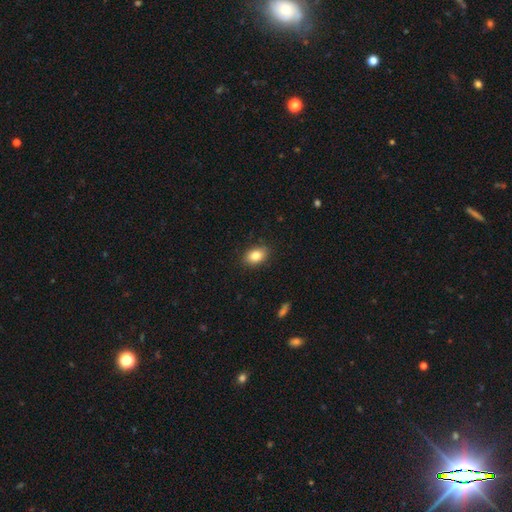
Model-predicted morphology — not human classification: smooth-or-featured: smooth: 83% | star or artifact: 9% | featured or disk: 9%
  how-rounded: in between: 79% | round: 19% | cigar-shaped: 1%
  merging: none: 88% | minor disturbance: 9% | major disturbance: 2% | merger: 1%